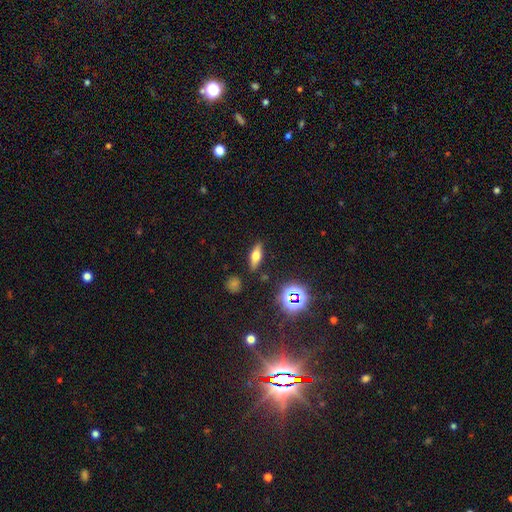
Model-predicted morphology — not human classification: Smooth or featured?
  - smooth: 49% *
  - featured or disk: 35%
  - star or artifact: 15%
Merging?
  - none: 86% *
  - minor disturbance: 9%
  - major disturbance: 3%
  - merger: 2%